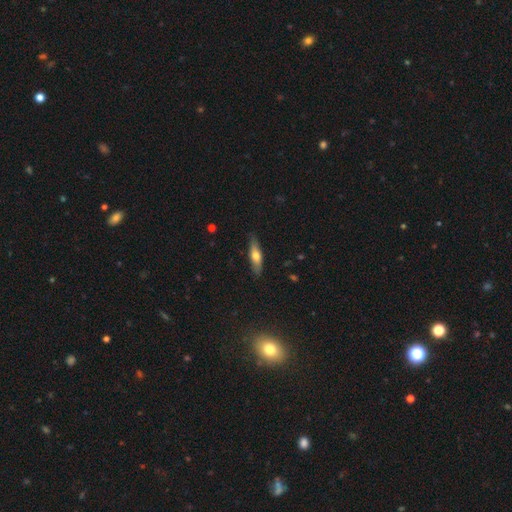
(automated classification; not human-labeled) The model was most divided on "smooth or featured": smooth: 58%, featured or disk: 36%, star or artifact: 6%. More confident: merging — none (84%); how rounded — cigar-shaped (61%).